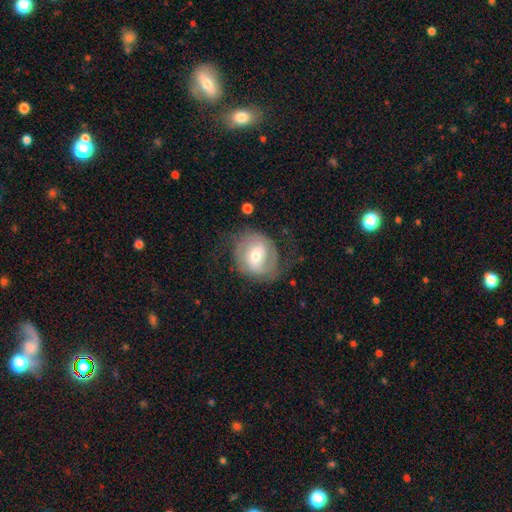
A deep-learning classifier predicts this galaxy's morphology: Smooth or featured?
  - featured or disk: 61% *
  - smooth: 33%
  - star or artifact: 7%
Edge-on disk?
  - no: 96% *
  - yes: 4%
Bar?
  - weak: 47% *
  - no: 28%
  - strong: 25%
Spiral arms?
  - yes: 72% *
  - no: 28%
Bulge size?
  - moderate: 64% *
  - small: 27%
  - large: 7%
  - dominant: 1%
  - none: 1%
Merging?
  - none: 59% *
  - minor disturbance: 21%
  - major disturbance: 19%
  - merger: 2%